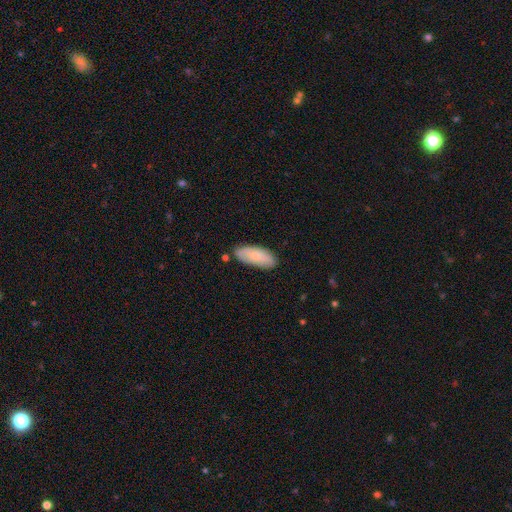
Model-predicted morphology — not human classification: The model was most divided on "smooth or featured": smooth: 73%, featured or disk: 21%, star or artifact: 6%. More confident: how rounded — in between (86%); merging — none (79%).